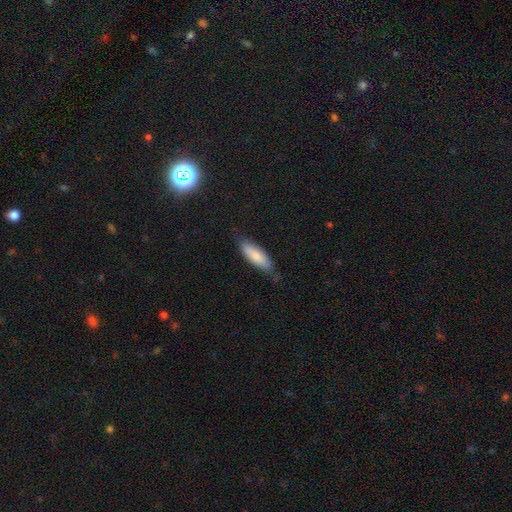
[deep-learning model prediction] A smooth galaxy with no disk features (82%) that is in between round and cigar-shaped (60%).

Vote fractions:
- Smooth or featured? smooth: 82% / featured or disk: 12% / star or artifact: 5%
- How rounded? in between: 60% / cigar-shaped: 38% / round: 2%
- Merging? none: 73% / minor disturbance: 21% / major disturbance: 4% / merger: 1%